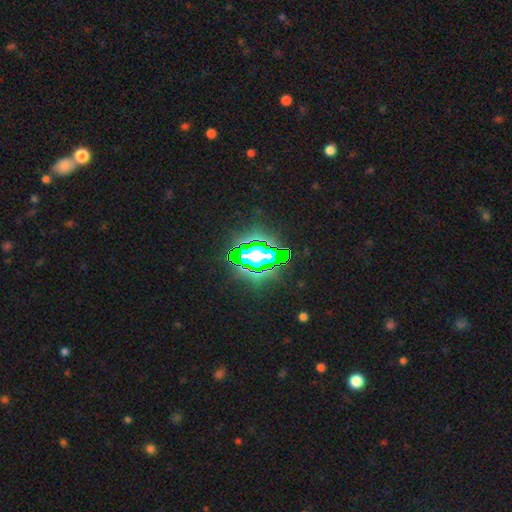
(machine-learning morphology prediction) Smooth or featured? Predicted: star or artifact (p=0.74).